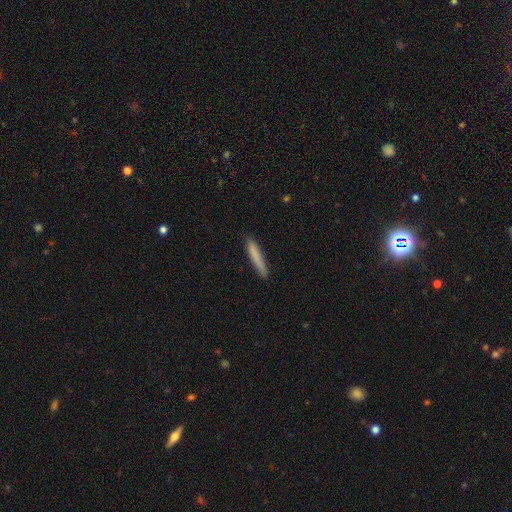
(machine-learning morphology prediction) Smooth or featured? Predicted: smooth (p=0.79). How rounded? Predicted: cigar-shaped (p=0.94). Merging? Predicted: none (p=0.87).